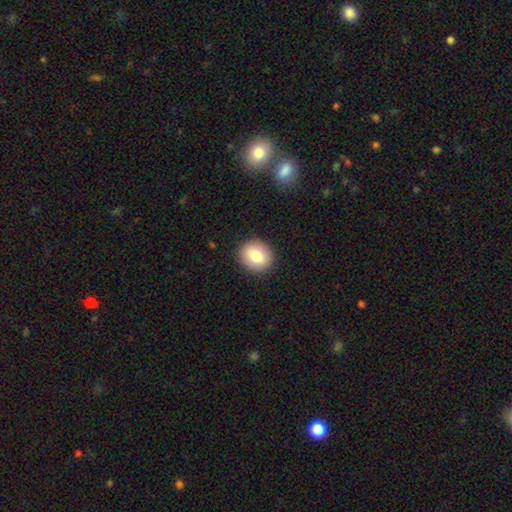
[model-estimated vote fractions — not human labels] This appears to be a smooth galaxy with no disk features (79%) that is round (77%). Merging: none (90%).